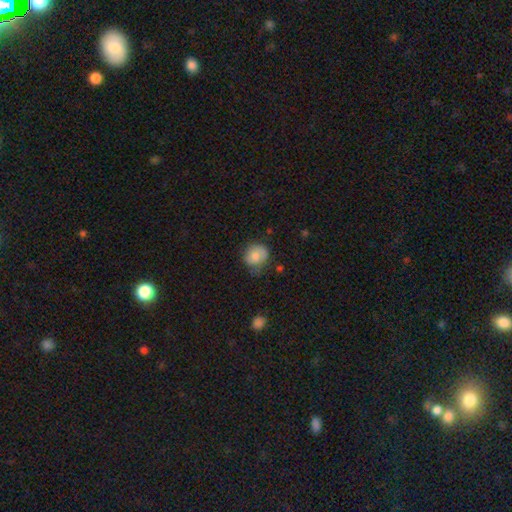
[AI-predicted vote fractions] Smooth or featured?
  - smooth: 77% *
  - featured or disk: 15%
  - star or artifact: 8%
How rounded?
  - round: 71% *
  - in between: 28%
  - cigar-shaped: 1%
Merging?
  - none: 56% *
  - minor disturbance: 31%
  - major disturbance: 10%
  - merger: 2%